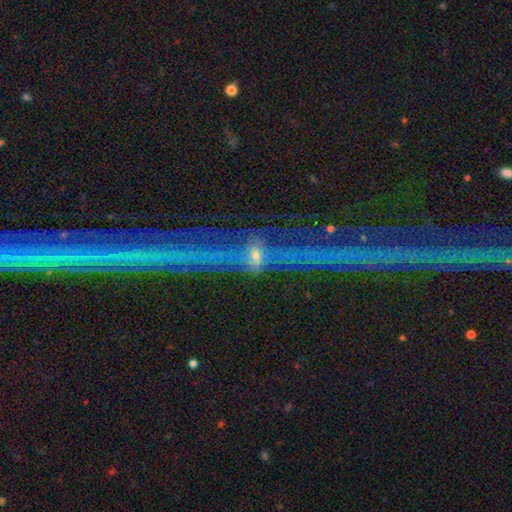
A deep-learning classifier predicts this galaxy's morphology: Q: Smooth or featured?
A: featured or disk (52%); runner-up: star or artifact (30%)
Q: Edge-on disk?
A: yes (51%); runner-up: no (49%)
Q: Merging?
A: none (43%); runner-up: major disturbance (26%)